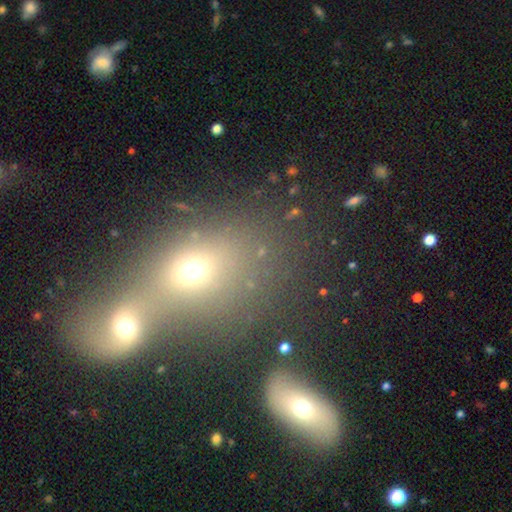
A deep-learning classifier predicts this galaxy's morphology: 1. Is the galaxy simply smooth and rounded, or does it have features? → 56% smooth, 23% featured or disk, 21% star or artifact.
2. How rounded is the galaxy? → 52% in between, 46% round, 2% cigar-shaped.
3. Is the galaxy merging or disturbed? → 61% merger, 26% none, 7% minor disturbance, 6% major disturbance.